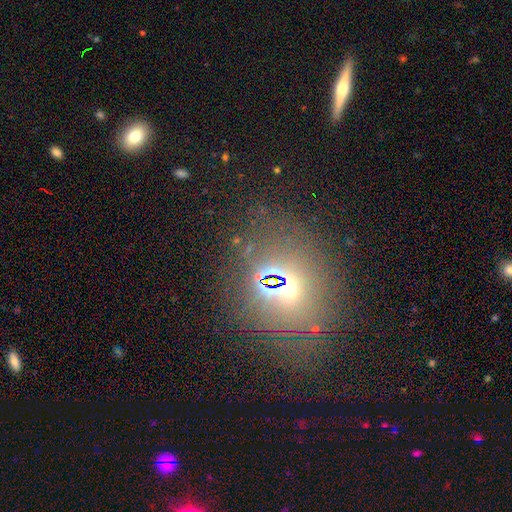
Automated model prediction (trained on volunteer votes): Smooth or featured: star or artifact — 48% (smooth — 32%)